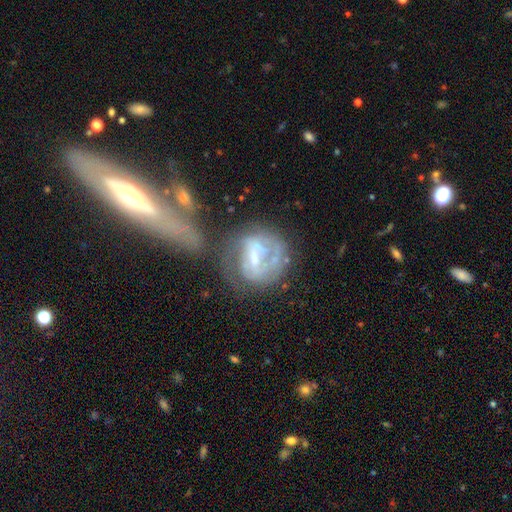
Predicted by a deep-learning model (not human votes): This is likely a featured or disk galaxy (77%). It is clearly not viewed edge-on (97%). Bar: possibly weak (46%). Spiral arm pattern: clearly yes (80%). Spiral arm count: marginally 2 (36%). Spiral winding: possibly tight (52%). Central bulge: marginally small (45%). Merging: marginally none (33%).